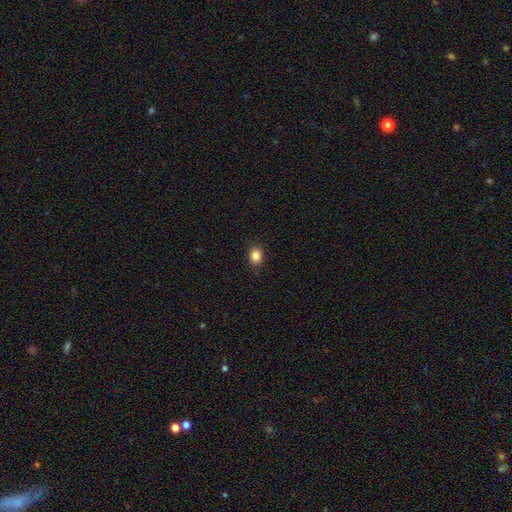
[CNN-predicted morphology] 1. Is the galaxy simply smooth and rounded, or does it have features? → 85% smooth, 10% star or artifact, 4% featured or disk.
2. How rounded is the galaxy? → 59% round, 40% in between, 1% cigar-shaped.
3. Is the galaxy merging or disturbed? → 87% none, 9% minor disturbance, 2% major disturbance, 1% merger.